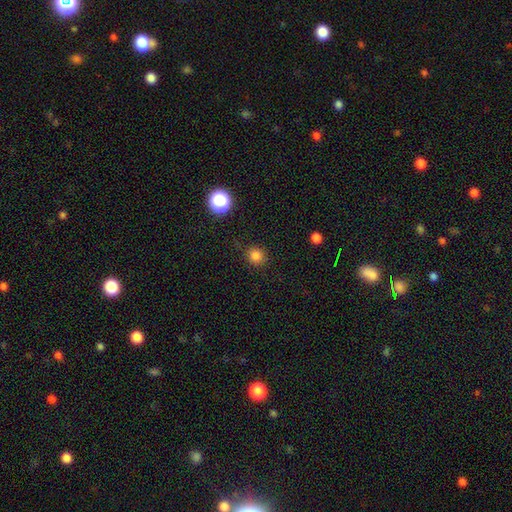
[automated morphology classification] Q: Smooth or featured?
A: smooth (82%); runner-up: star or artifact (14%)
Q: How rounded?
A: round (88%); runner-up: in between (11%)
Q: Merging?
A: none (86%); runner-up: minor disturbance (10%)